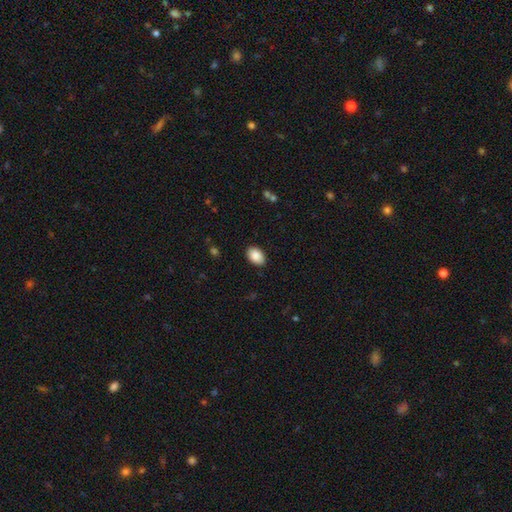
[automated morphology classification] This appears to be a smooth galaxy with no disk features (89%) that is in between round and cigar-shaped (88%). Merging: none (89%).